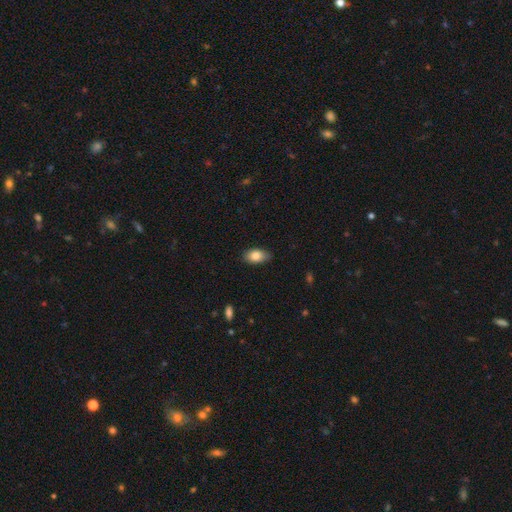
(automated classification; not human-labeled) This appears to be a smooth galaxy with no disk features (83%) that is in between round and cigar-shaped (91%). Merging: none (81%).